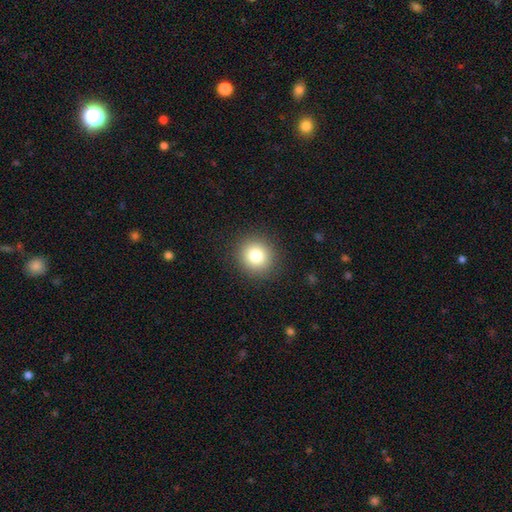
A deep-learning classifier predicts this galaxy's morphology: A smooth galaxy with no disk features (80%) that is round (90%).

Vote fractions:
- Smooth or featured? smooth: 80% / star or artifact: 12% / featured or disk: 9%
- How rounded? round: 90% / in between: 9% / cigar-shaped: 1%
- Merging? none: 90% / minor disturbance: 6% / major disturbance: 2% / merger: 1%